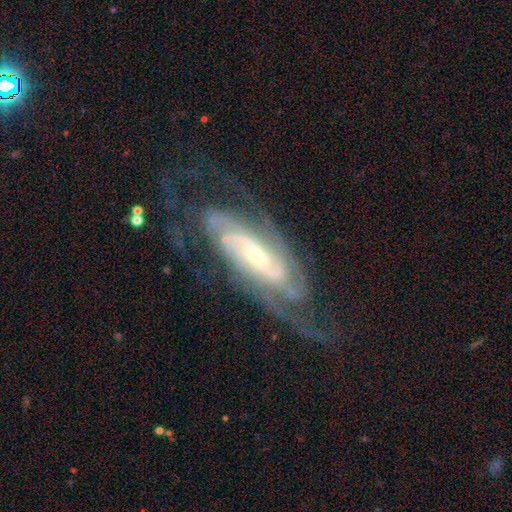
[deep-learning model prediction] Smooth or featured? Predicted: featured or disk (p=0.89). Edge-on disk? Predicted: no (p=0.89). Bar? Predicted: no (p=0.39). Spiral arms? Predicted: yes (p=0.97). Spiral winding? Predicted: tight (p=0.52). Spiral arm count? Predicted: 2 (p=0.39). Bulge size? Predicted: small (p=0.60). Merging? Predicted: none (p=0.70).